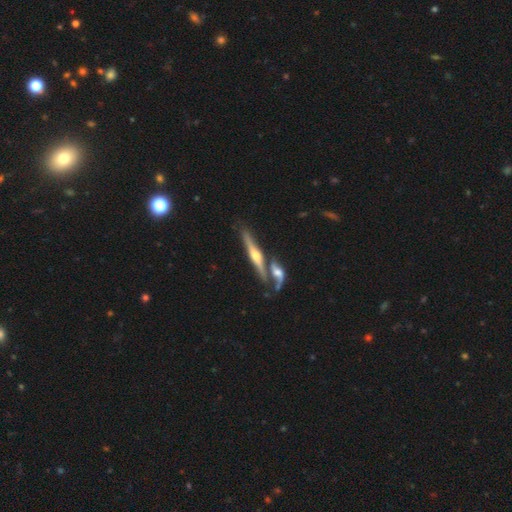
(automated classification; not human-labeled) Q: Smooth or featured?
A: featured or disk (79%); runner-up: smooth (15%)
Q: Edge-on disk?
A: yes (95%); runner-up: no (5%)
Q: Edge-on bulge?
A: rounded (93%); runner-up: none (4%)
Q: Merging?
A: none (60%); runner-up: merger (27%)